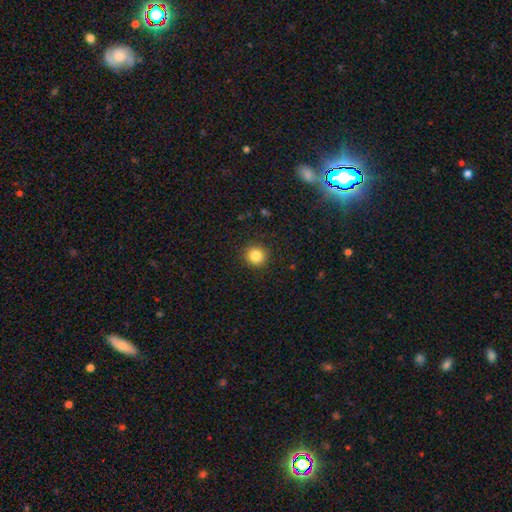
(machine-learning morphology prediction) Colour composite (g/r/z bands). It shows a smooth galaxy with no disk features (84%) that is round (93%). Merging: none (92%).